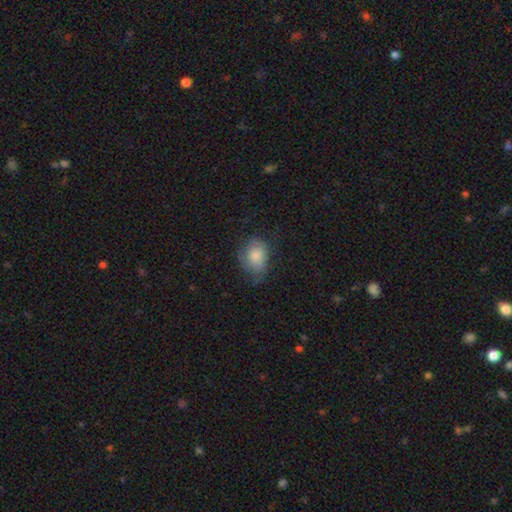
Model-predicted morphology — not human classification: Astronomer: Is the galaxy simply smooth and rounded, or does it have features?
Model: smooth — 78%.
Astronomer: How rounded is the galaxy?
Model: in between — 62% (runner-up: round, 37%).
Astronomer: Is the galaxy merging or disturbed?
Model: none — 56%.